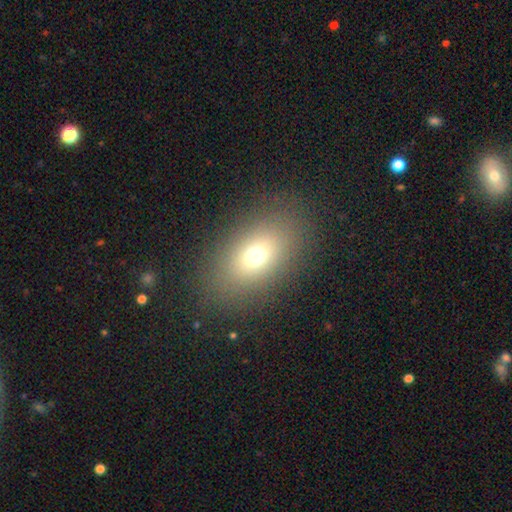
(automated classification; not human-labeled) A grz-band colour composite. It shows a smooth galaxy with no disk features (69%) that is in between round and cigar-shaped (80%). Merging: none (84%).